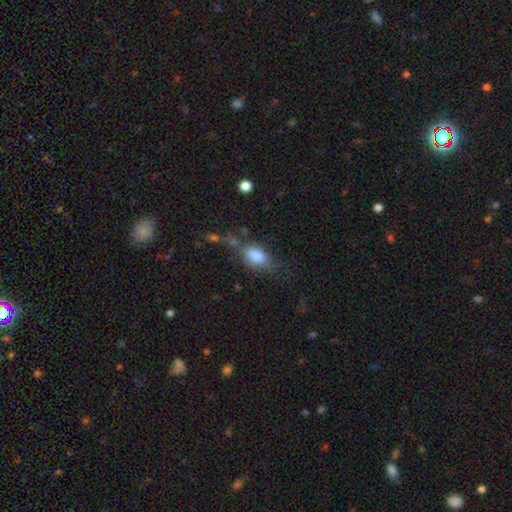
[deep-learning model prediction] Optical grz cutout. It shows a smooth galaxy with no disk features (82%) that is in between round and cigar-shaped (88%). Merging: none (54%).